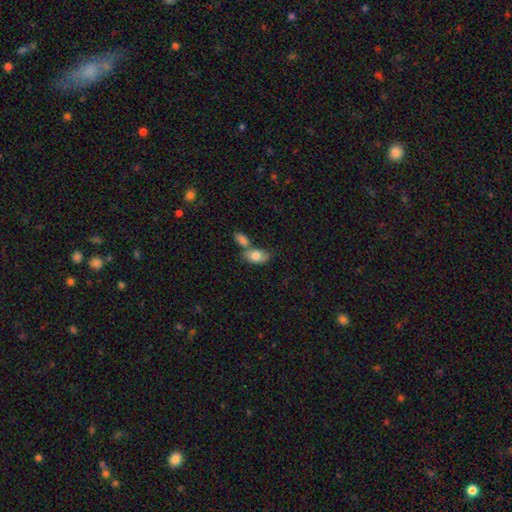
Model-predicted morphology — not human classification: Smooth or featured: smooth — 79% (featured or disk — 15%)
How rounded: in between — 90% (round — 7%)
Merging: merger — 42% (none — 41%)